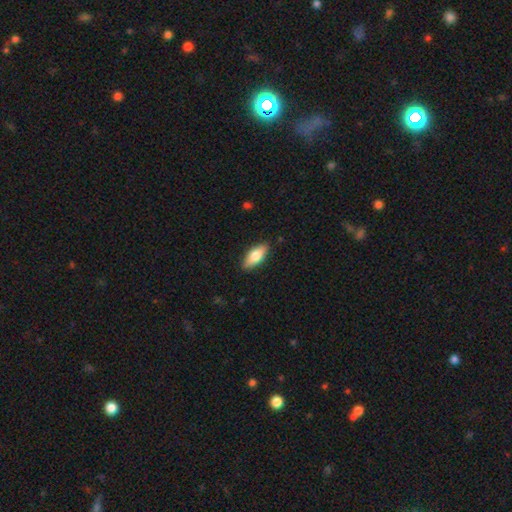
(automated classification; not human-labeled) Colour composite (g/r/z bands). It shows a smooth galaxy with no disk features (74%) that is in between round and cigar-shaped (76%). Merging: none (87%).